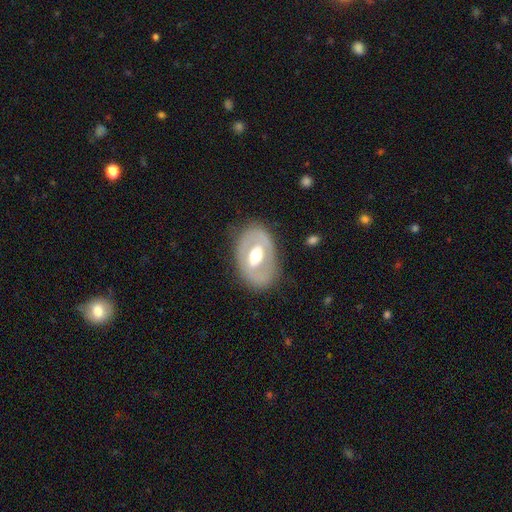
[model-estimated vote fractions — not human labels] Smooth or featured? Predicted: featured or disk (p=0.59). Edge-on disk? Predicted: no (p=0.92). Bar? Predicted: no (p=0.49). Spiral arms? Predicted: no (p=0.84). Bulge size? Predicted: moderate (p=0.62). Merging? Predicted: none (p=0.77).